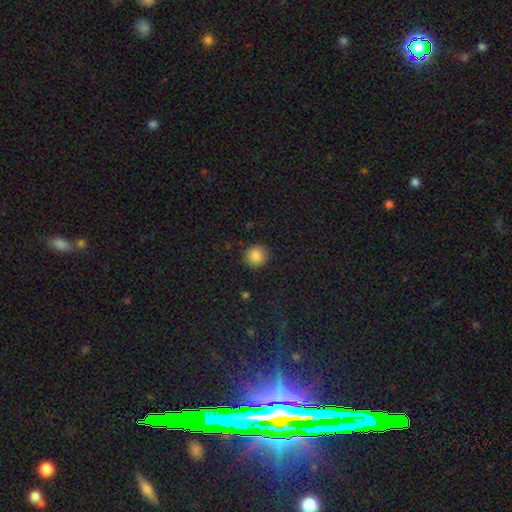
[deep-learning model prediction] Smooth or featured? Predicted: smooth (p=0.86). How rounded? Predicted: round (p=0.92). Merging? Predicted: none (p=0.90).